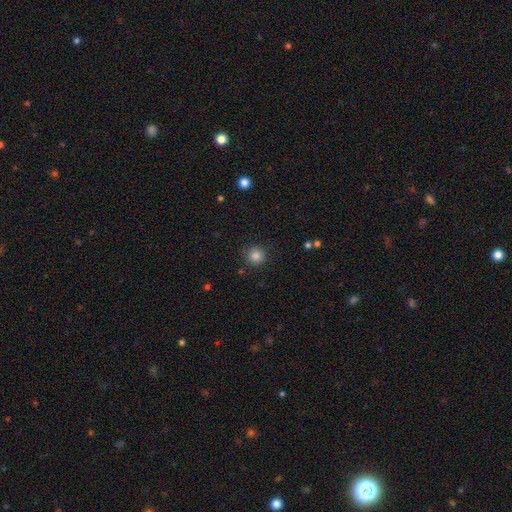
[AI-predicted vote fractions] Smooth or featured: smooth — 84% (star or artifact — 12%)
How rounded: round — 94% (in between — 5%)
Merging: none — 88% (minor disturbance — 8%)